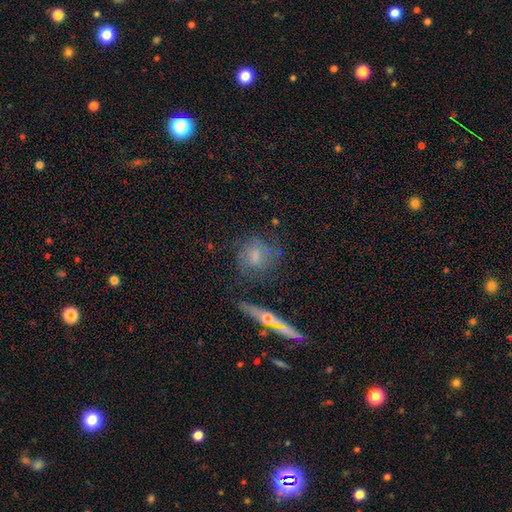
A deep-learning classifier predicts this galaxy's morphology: The model was most divided on "smooth or featured": smooth: 52%, featured or disk: 35%, star or artifact: 12%. More confident: merging — none (64%); how rounded — round (62%).